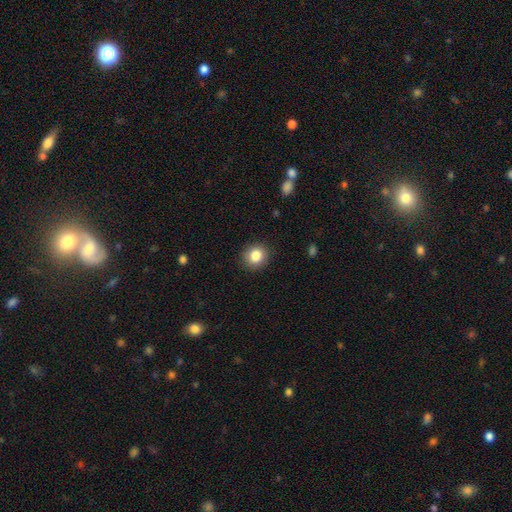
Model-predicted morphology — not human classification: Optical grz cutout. It shows a smooth galaxy with no disk features (85%) that is round (85%). Merging: none (90%).